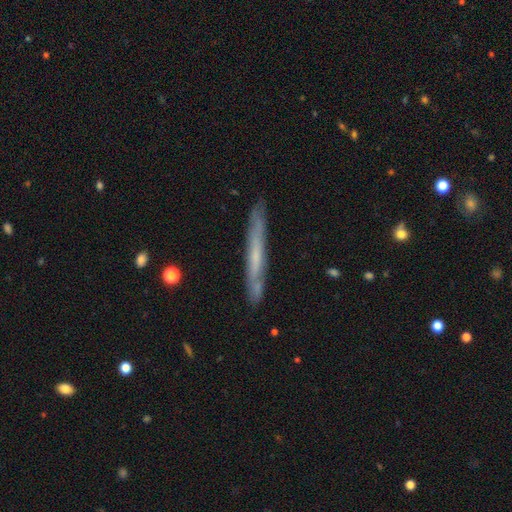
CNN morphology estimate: Overall: featured or disk (53%; smooth 41%). Edge-on disk: yes (88%). Merging: none (85%).